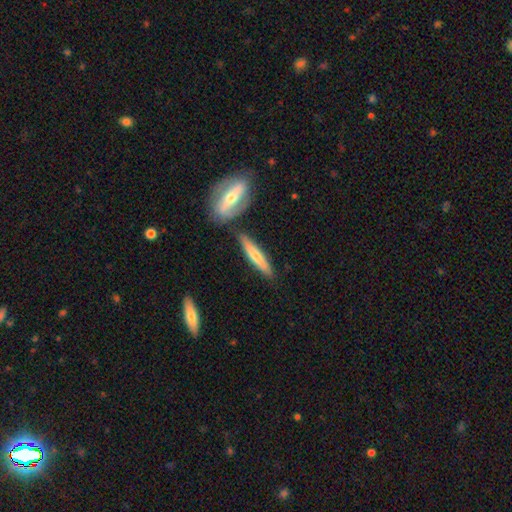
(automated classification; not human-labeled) Morphology: type=smooth (56%); roundness=cigar-shaped (88%); merging=none (76%).